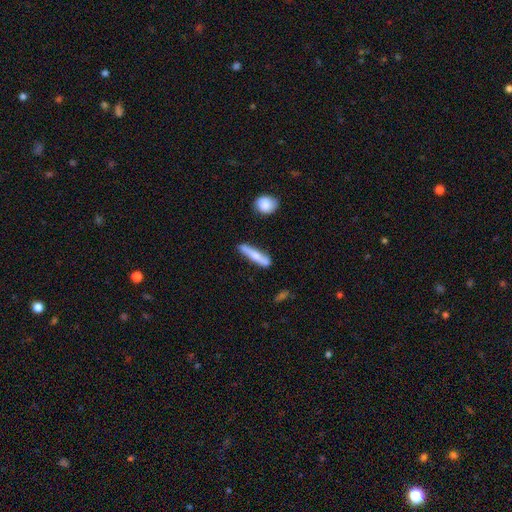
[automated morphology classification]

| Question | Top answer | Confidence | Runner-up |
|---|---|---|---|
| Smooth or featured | smooth | 61% | featured or disk (33%) |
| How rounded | cigar-shaped | 87% | in between (11%) |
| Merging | none | 75% | minor disturbance (16%) |